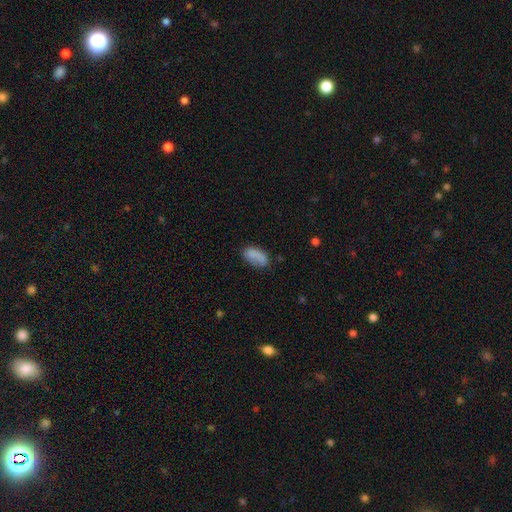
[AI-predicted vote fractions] This appears to be a smooth galaxy with no disk features (82%) that is in between round and cigar-shaped (92%). Merging: none (67%).